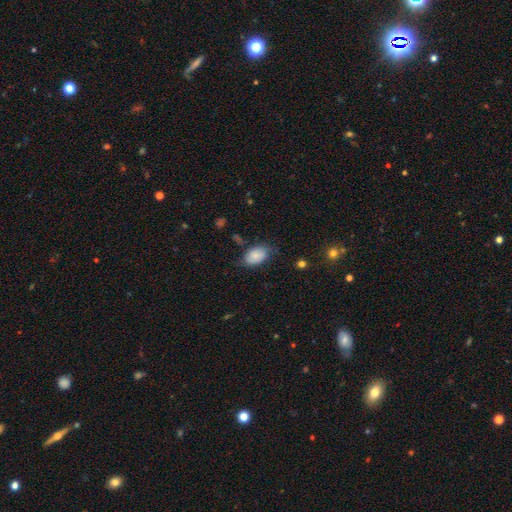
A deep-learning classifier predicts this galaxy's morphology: A smooth galaxy with no disk features (80%) that is in between round and cigar-shaped (88%). Merging: none (61%).